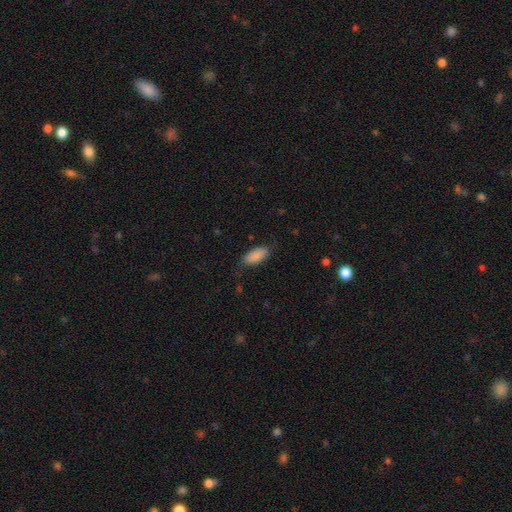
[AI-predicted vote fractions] Smooth or featured: smooth — 88% (star or artifact — 7%)
How rounded: in between — 90% (cigar-shaped — 8%)
Merging: none — 70% (minor disturbance — 23%)